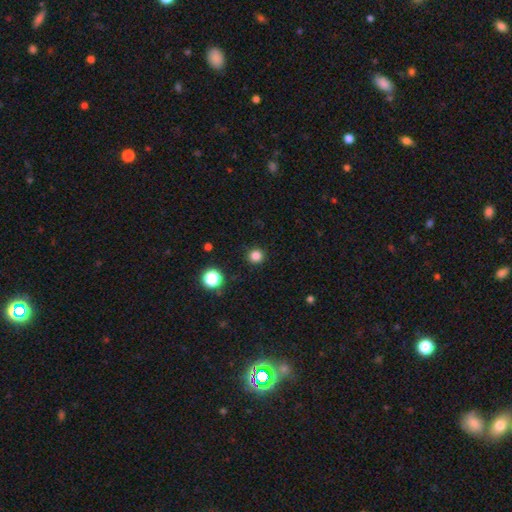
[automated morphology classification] Smooth or featured?
  - smooth: 83% *
  - star or artifact: 14%
  - featured or disk: 3%
How rounded?
  - round: 94% *
  - in between: 5%
  - cigar-shaped: 1%
Merging?
  - none: 92% *
  - minor disturbance: 5%
  - major disturbance: 2%
  - merger: 1%